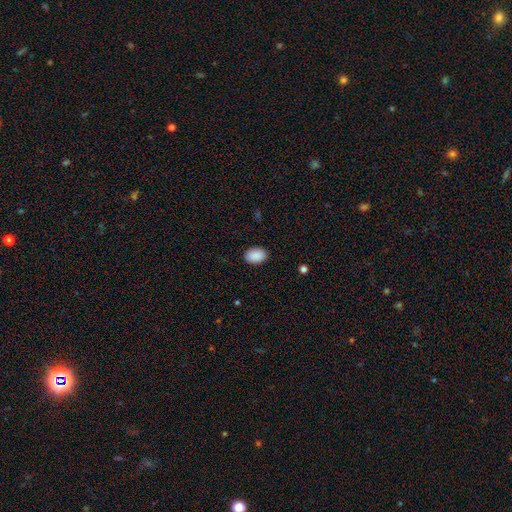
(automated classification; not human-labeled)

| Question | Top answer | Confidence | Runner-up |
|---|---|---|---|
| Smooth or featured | smooth | 91% | star or artifact (7%) |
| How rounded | in between | 84% | round (15%) |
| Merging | none | 89% | minor disturbance (8%) |